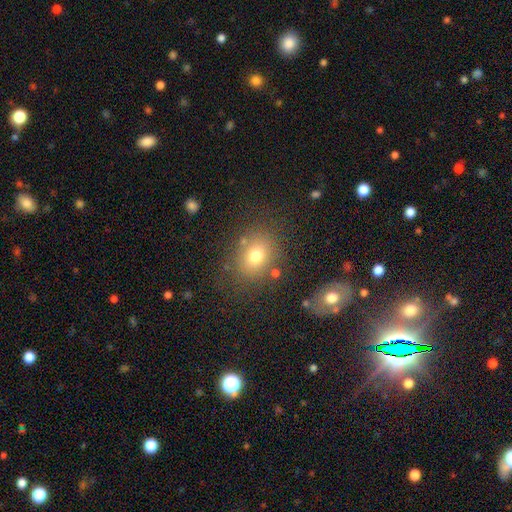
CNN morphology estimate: Smooth or featured?
  - smooth: 74% *
  - star or artifact: 14%
  - featured or disk: 12%
How rounded?
  - round: 50% *
  - in between: 49%
  - cigar-shaped: 1%
Merging?
  - none: 77% *
  - minor disturbance: 13%
  - merger: 5%
  - major disturbance: 5%